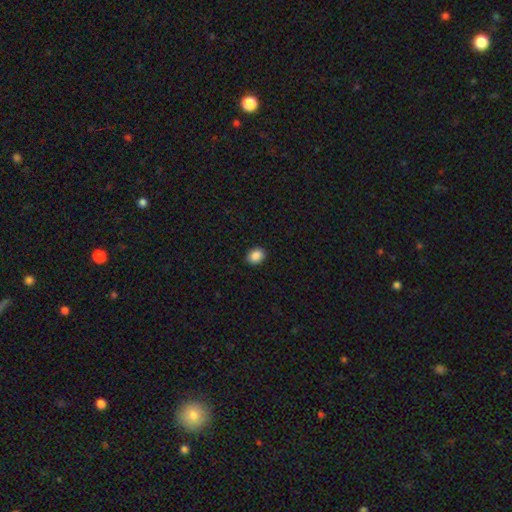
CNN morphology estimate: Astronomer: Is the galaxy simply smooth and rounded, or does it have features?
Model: smooth — 88%.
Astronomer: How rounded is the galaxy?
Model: round — 50% (runner-up: in between, 49%).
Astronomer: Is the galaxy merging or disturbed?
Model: none — 91%.